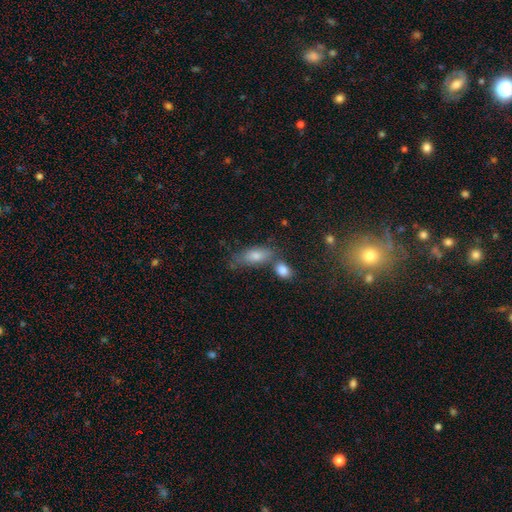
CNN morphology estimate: This is likely a smooth galaxy (77%). How rounded: clearly in between (81%). Merging: possibly none (48%).